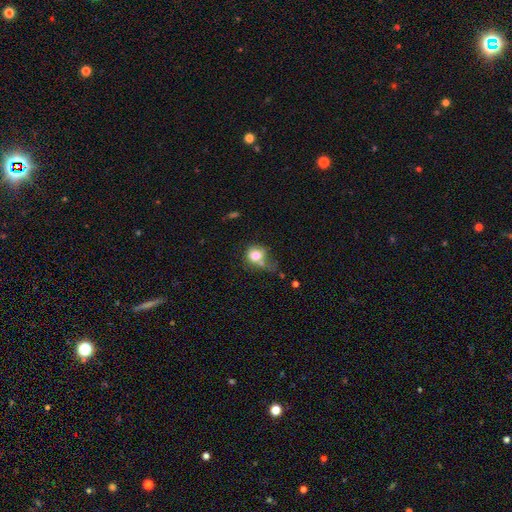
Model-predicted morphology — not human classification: Smooth or featured?
  - smooth: 77% *
  - featured or disk: 12%
  - star or artifact: 10%
How rounded?
  - round: 72% *
  - in between: 27%
  - cigar-shaped: 1%
Merging?
  - none: 35% *
  - minor disturbance: 23%
  - major disturbance: 21%
  - merger: 20%